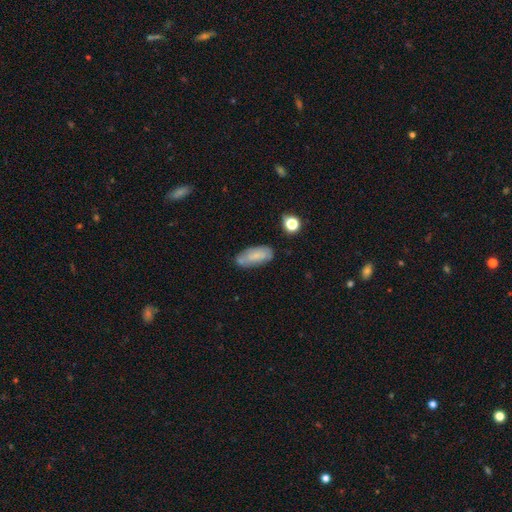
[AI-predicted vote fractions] Q: Smooth or featured?
A: smooth (62%); runner-up: featured or disk (30%)
Q: How rounded?
A: in between (83%); runner-up: cigar-shaped (15%)
Q: Merging?
A: none (61%); runner-up: minor disturbance (24%)